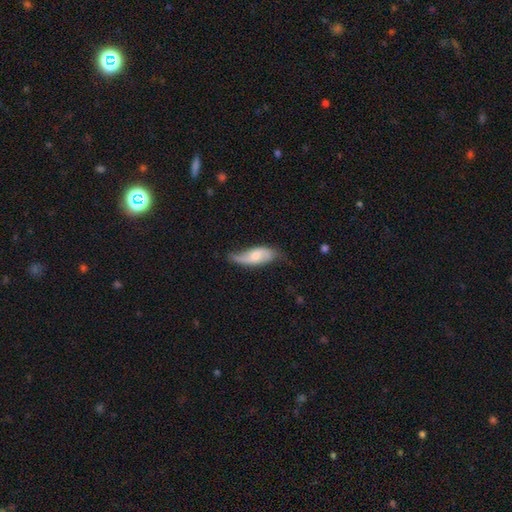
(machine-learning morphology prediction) featured or disk 50%, smooth 44%, star or artifact 6%. Down the decision tree: edge-on disk — no (86%); merging — none (47%).